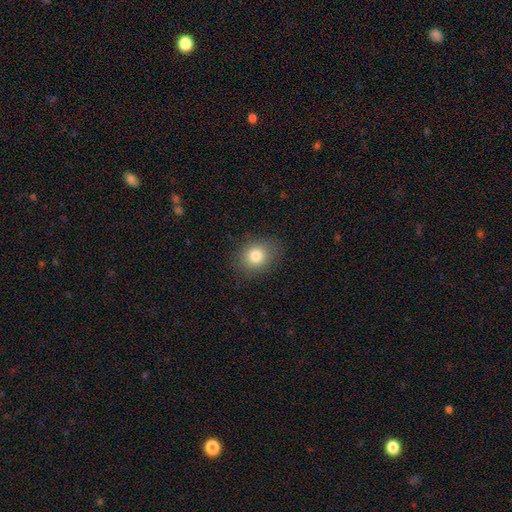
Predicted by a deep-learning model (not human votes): The model was most divided on "how rounded": round: 65%, in between: 34%, cigar-shaped: 1%. More confident: merging — none (85%); smooth or featured — smooth (81%).